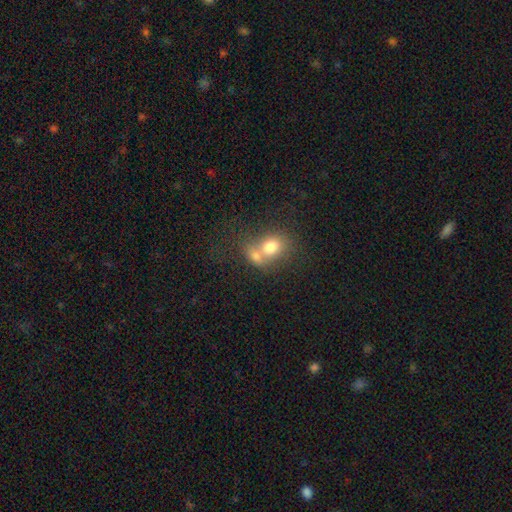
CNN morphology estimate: The model was most divided on "how rounded": in between: 53%, round: 46%, cigar-shaped: 2%. More confident: smooth or featured — smooth (73%); merging — merger (66%).